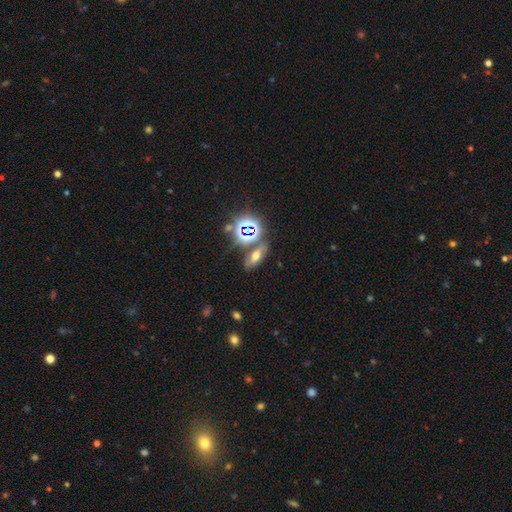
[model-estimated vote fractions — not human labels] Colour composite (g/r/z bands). It shows a smooth galaxy with no disk features (44%). Merging: none (70%).